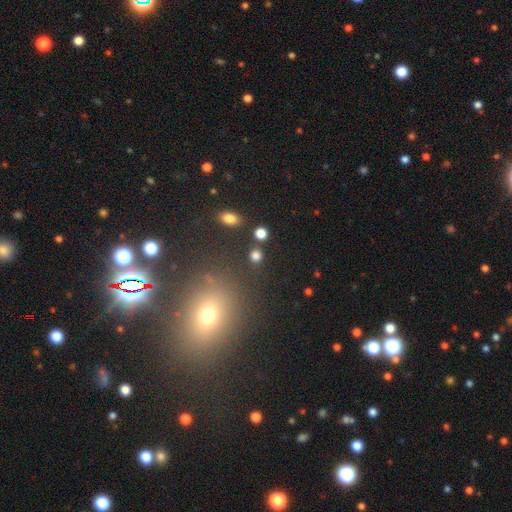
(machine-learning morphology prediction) smooth 80%, star or artifact 15%, featured or disk 5%. Down the decision tree: how rounded — round (83%); merging — none (84%).